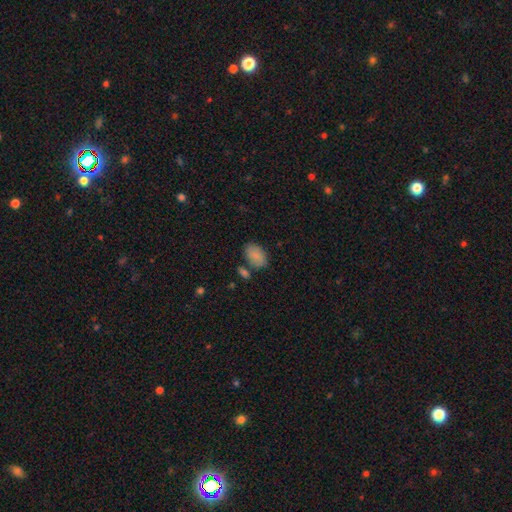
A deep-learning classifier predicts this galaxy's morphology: This is clearly a smooth galaxy (84%). How rounded: clearly in between (88%). Merging: likely none (65%).